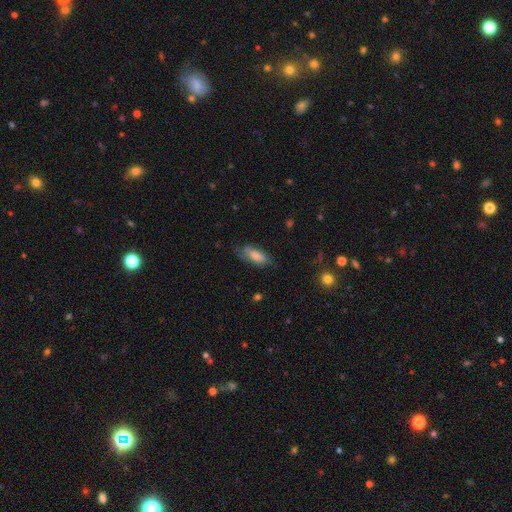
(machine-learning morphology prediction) Smooth or featured: smooth — 76% (featured or disk — 17%)
How rounded: in between — 79% (cigar-shaped — 19%)
Merging: none — 59% (minor disturbance — 29%)